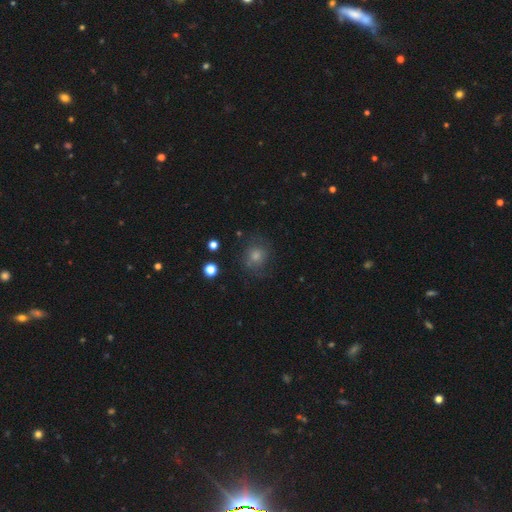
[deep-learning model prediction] Smooth or featured? smooth (53%)
How rounded? round (78%)
Merging? none (76%)